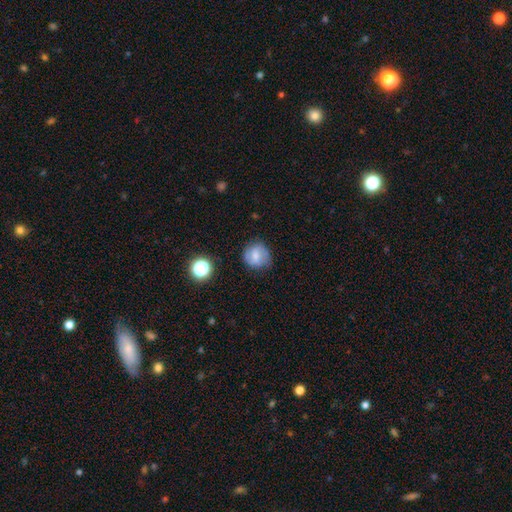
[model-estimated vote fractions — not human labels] A smooth galaxy with no disk features (56%) that is round (81%).

Vote fractions:
- Smooth or featured? smooth: 56% / featured or disk: 34% / star or artifact: 10%
- How rounded? round: 81% / in between: 18% / cigar-shaped: 1%
- Merging? none: 72% / minor disturbance: 20% / major disturbance: 6% / merger: 2%